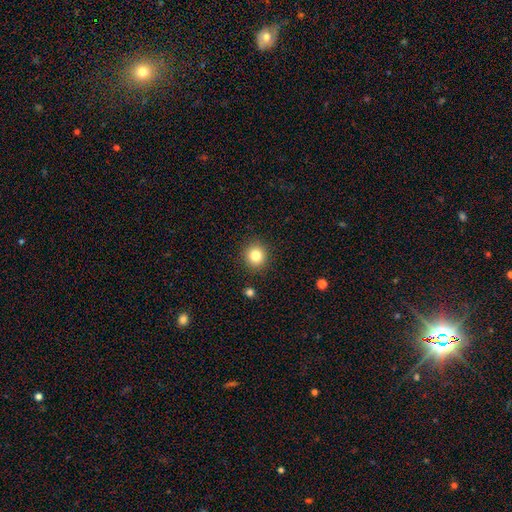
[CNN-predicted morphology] Q: Smooth or featured?
A: smooth (82%); runner-up: star or artifact (11%)
Q: How rounded?
A: round (92%); runner-up: in between (7%)
Q: Merging?
A: none (90%); runner-up: minor disturbance (6%)